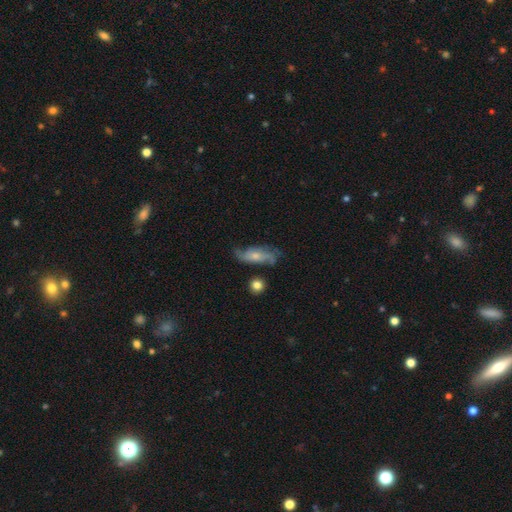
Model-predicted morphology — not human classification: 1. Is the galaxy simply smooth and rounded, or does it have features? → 64% featured or disk, 29% smooth, 7% star or artifact.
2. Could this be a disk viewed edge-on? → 86% no, 14% yes.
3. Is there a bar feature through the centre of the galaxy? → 70% no, 24% weak, 5% strong.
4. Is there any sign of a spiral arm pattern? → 87% yes, 13% no.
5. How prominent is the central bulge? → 51% small, 41% moderate, 4% none, 3% large, 1% dominant.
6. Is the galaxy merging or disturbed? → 58% none, 26% minor disturbance, 12% major disturbance, 5% merger.